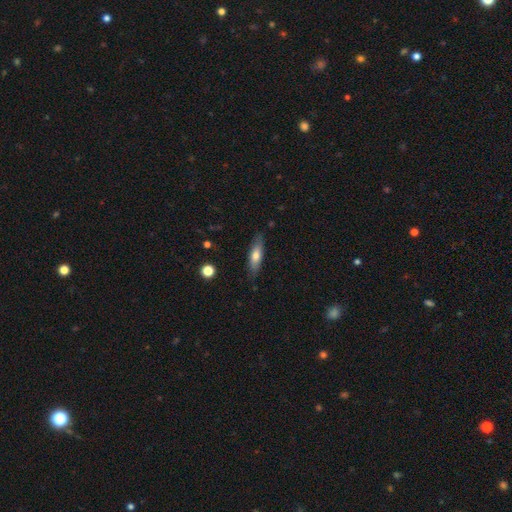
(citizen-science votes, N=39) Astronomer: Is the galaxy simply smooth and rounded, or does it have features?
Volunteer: smooth — 72%.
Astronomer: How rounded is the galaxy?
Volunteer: cigar-shaped — 57% (runner-up: in between, 43%).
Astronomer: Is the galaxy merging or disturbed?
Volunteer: none — 87%.